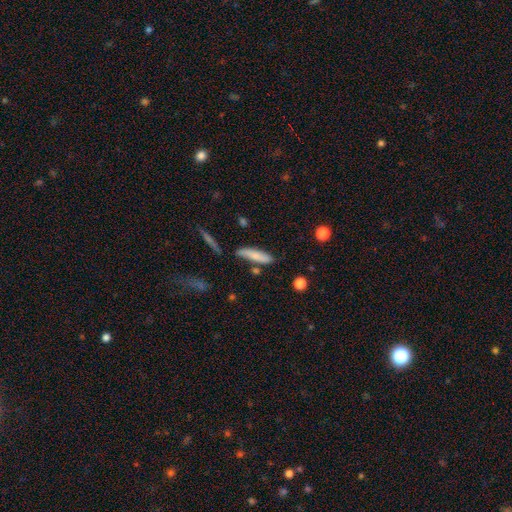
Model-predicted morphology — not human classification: The model was most divided on "how rounded": cigar-shaped: 71%, in between: 27%, round: 2%. More confident: smooth or featured — smooth (74%); merging — none (65%).